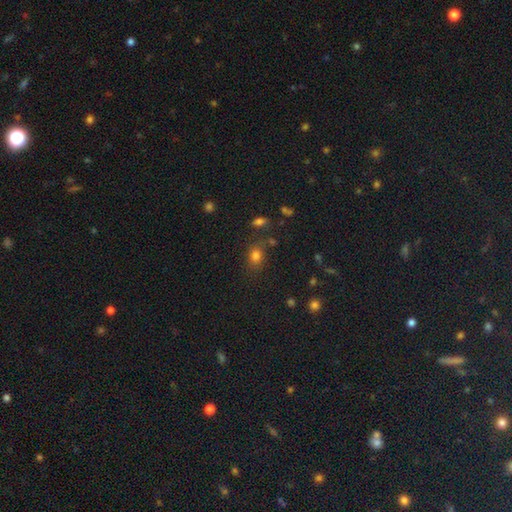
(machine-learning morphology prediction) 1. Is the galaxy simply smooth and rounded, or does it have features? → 77% smooth, 16% star or artifact, 8% featured or disk.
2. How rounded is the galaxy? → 57% in between, 42% round, 2% cigar-shaped.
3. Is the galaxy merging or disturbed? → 72% none, 16% minor disturbance, 7% merger, 6% major disturbance.